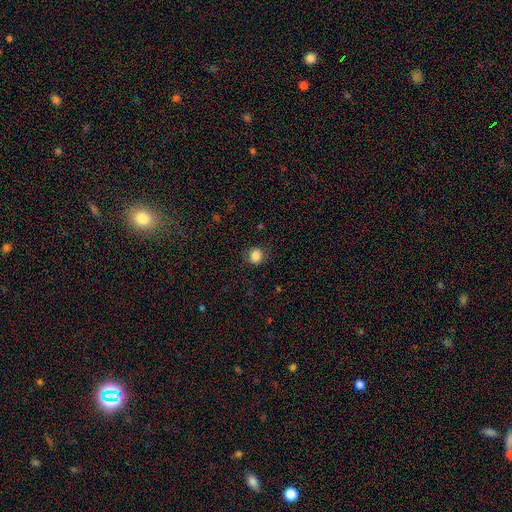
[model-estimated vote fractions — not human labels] Smooth or featured?
  - smooth: 85% *
  - star or artifact: 10%
  - featured or disk: 5%
How rounded?
  - round: 86% *
  - in between: 13%
  - cigar-shaped: 1%
Merging?
  - none: 83% *
  - minor disturbance: 12%
  - major disturbance: 4%
  - merger: 1%